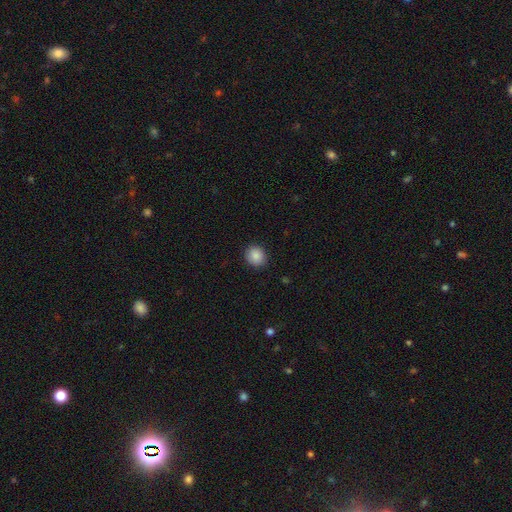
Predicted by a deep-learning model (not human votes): Overall: smooth (88%). How rounded: round (77%). Merging: none (90%).